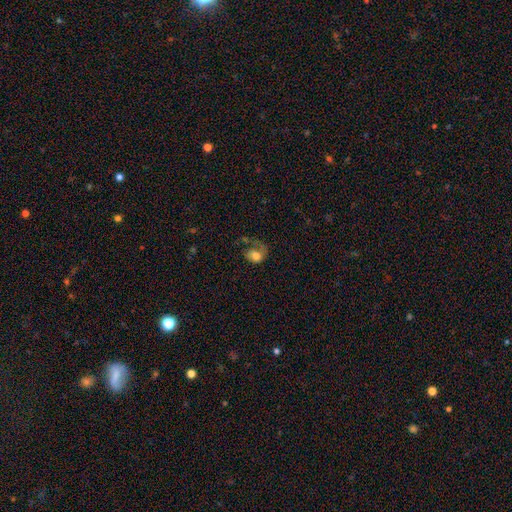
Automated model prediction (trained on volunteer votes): Overall: smooth (56%; featured or disk 35%). How rounded: in between (51%; round 47%). Merging: major disturbance (51%; none 25%).